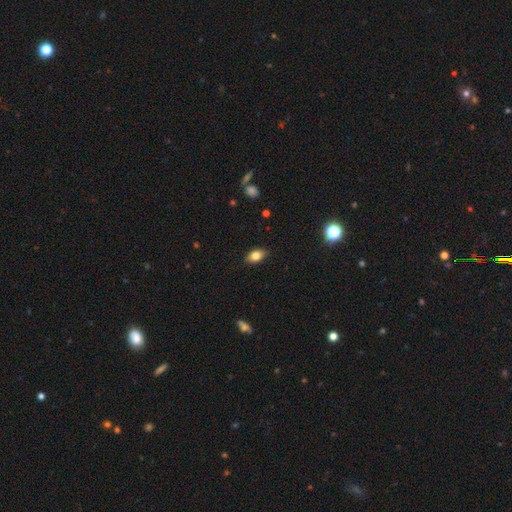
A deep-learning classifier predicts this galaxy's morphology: Smooth or featured? Predicted: smooth (p=0.80). How rounded? Predicted: in between (p=0.87). Merging? Predicted: none (p=0.86).